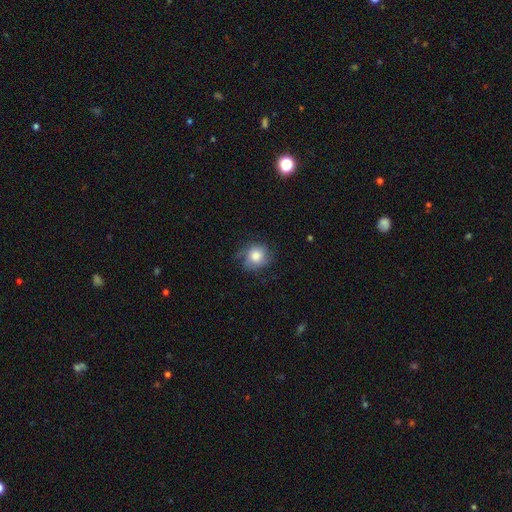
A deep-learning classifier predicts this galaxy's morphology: This is likely a smooth galaxy (71%). How rounded: clearly round (80%). Merging: likely none (65%).